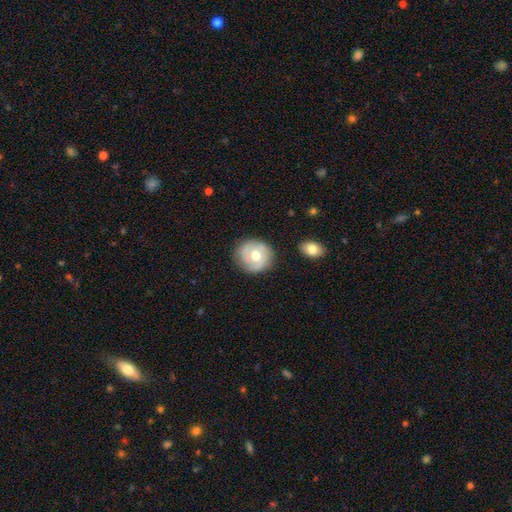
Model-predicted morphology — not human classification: Smooth or featured? Predicted: smooth (p=0.47, tied with featured or disk). Merging? Predicted: none (p=0.77).